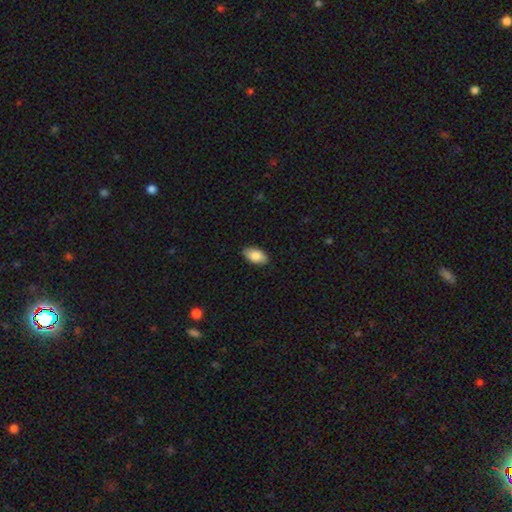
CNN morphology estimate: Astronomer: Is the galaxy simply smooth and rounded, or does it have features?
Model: smooth — 86%.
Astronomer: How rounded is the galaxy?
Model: in between — 94%.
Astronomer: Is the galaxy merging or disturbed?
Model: none — 88%.